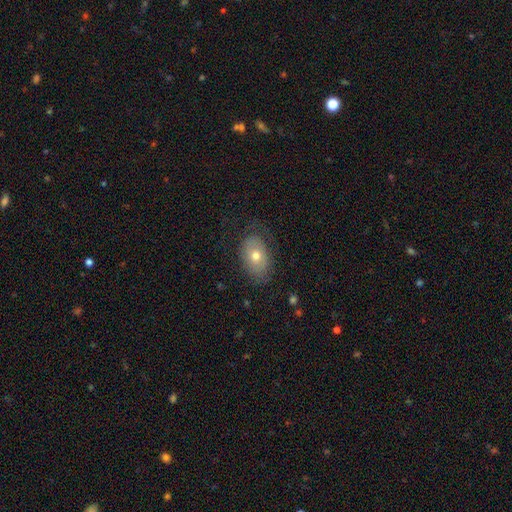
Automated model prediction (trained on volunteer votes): A smooth galaxy with no disk features (61%) that is in between round and cigar-shaped (87%).

Vote fractions:
- Smooth or featured? smooth: 61% / featured or disk: 31% / star or artifact: 8%
- How rounded? in between: 87% / round: 12% / cigar-shaped: 1%
- Merging? none: 68% / minor disturbance: 21% / major disturbance: 10% / merger: 1%